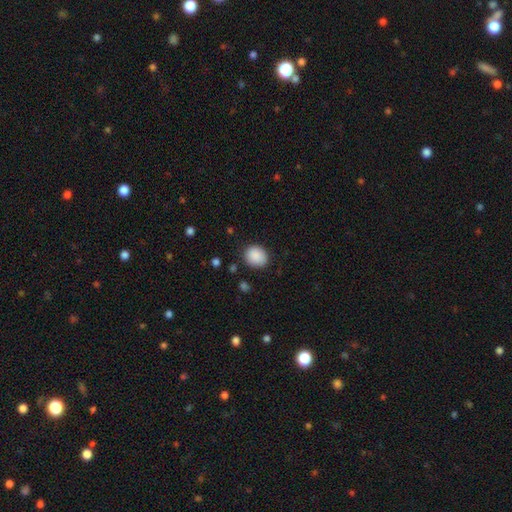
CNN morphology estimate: A smooth galaxy with no disk features (89%) that is round (63%). Merging: none (83%).